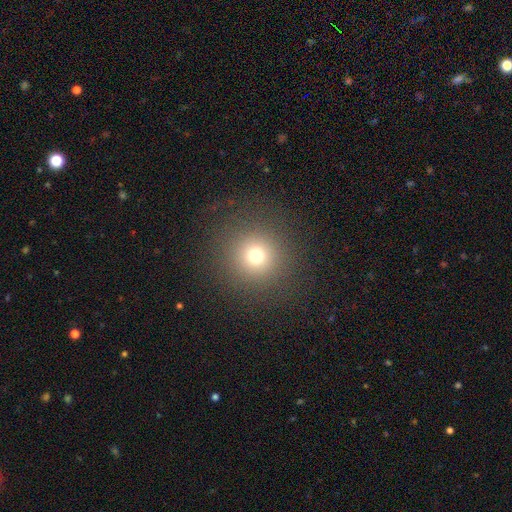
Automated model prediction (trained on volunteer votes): smooth-or-featured: smooth: 72% | star or artifact: 20% | featured or disk: 9%
  how-rounded: round: 95% | in between: 4% | cigar-shaped: 1%
  merging: none: 89% | minor disturbance: 6% | major disturbance: 4% | merger: 1%